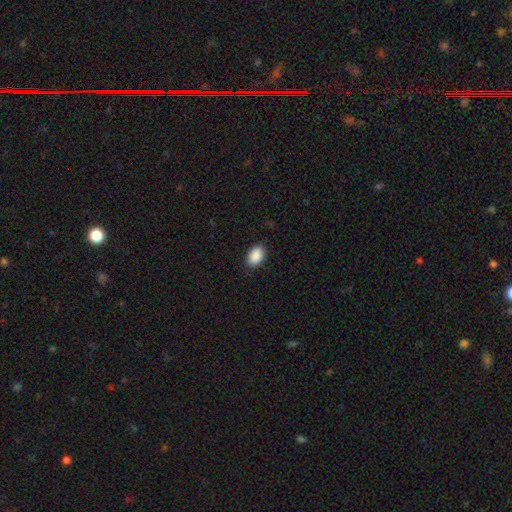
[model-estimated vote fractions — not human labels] The model was most divided on "merging": none: 87%, minor disturbance: 10%, major disturbance: 2%, merger: 1%. More confident: smooth or featured — smooth (90%); how rounded — in between (89%).